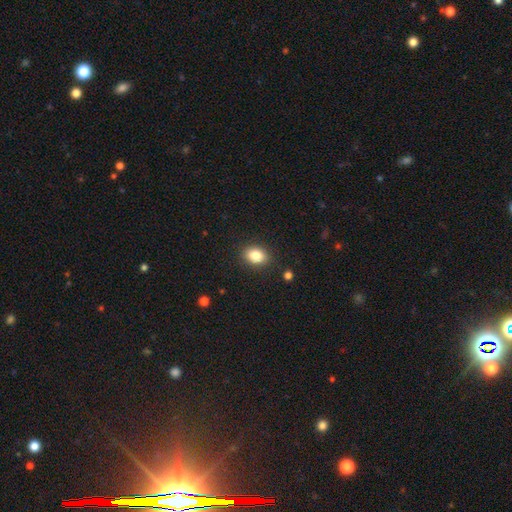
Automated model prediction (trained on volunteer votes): smooth 84%, star or artifact 9%, featured or disk 7%. Down the decision tree: how rounded — in between (67%); merging — none (88%).